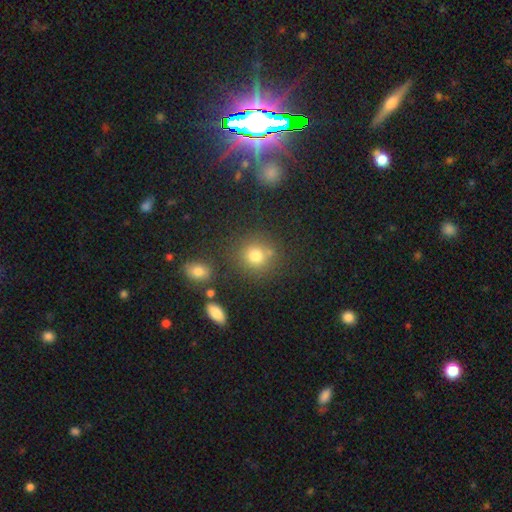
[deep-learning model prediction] A smooth galaxy with no disk features (76%) that is round (87%).

Vote fractions:
- Smooth or featured? smooth: 76% / star or artifact: 16% / featured or disk: 8%
- How rounded? round: 87% / in between: 12% / cigar-shaped: 1%
- Merging? none: 75% / minor disturbance: 10% / merger: 10% / major disturbance: 4%